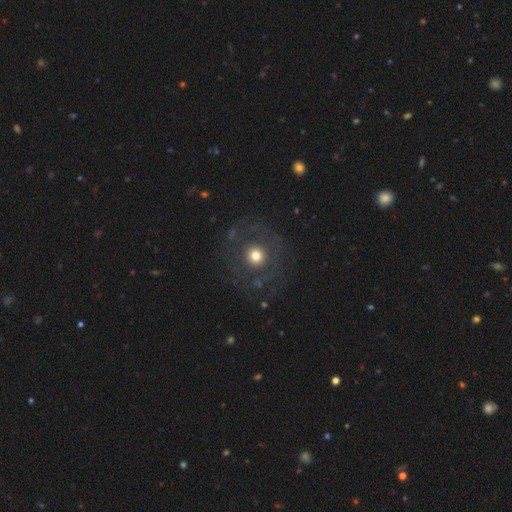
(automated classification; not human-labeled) A smooth galaxy with no disk features (53%) that is round (92%).

Vote fractions:
- Smooth or featured? smooth: 53% / featured or disk: 36% / star or artifact: 11%
- How rounded? round: 92% / in between: 7% / cigar-shaped: 1%
- Merging? none: 74% / major disturbance: 13% / minor disturbance: 12% / merger: 2%